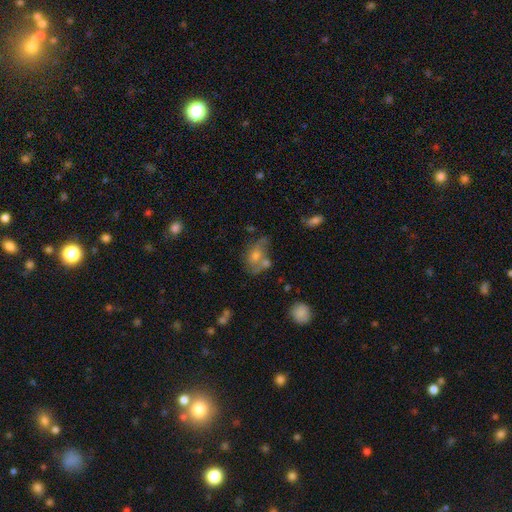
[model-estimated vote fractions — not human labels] smooth-or-featured: smooth: 50% | featured or disk: 36% | star or artifact: 14%
  how-rounded: in between: 74% | round: 23% | cigar-shaped: 3%
  merging: none: 40% | merger: 25% | minor disturbance: 22% | major disturbance: 13%